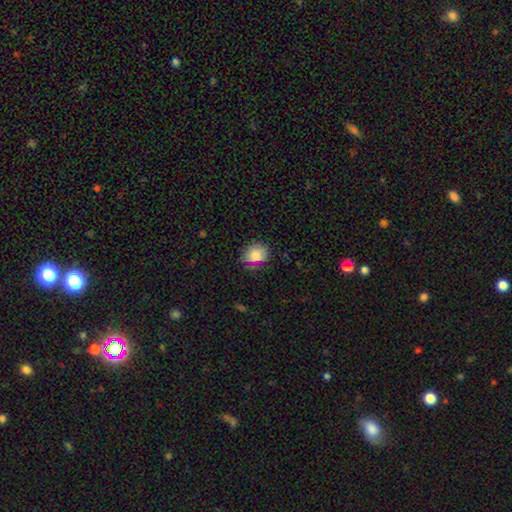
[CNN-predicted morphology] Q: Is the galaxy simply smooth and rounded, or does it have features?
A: smooth — 82%.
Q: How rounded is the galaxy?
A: round — 70%.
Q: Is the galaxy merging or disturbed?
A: none — 74%.